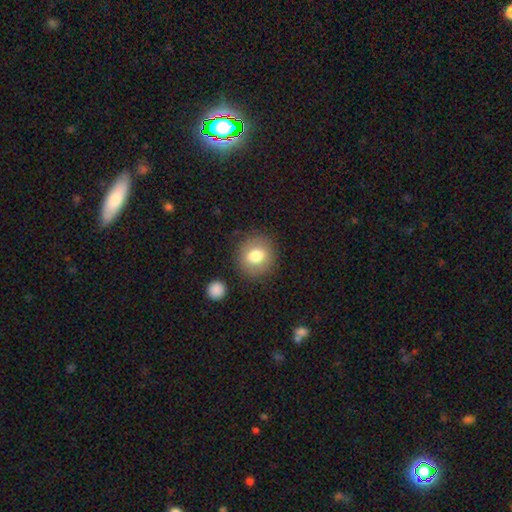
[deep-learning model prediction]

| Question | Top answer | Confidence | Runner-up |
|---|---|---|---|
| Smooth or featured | smooth | 77% | featured or disk (14%) |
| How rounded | round | 82% | in between (17%) |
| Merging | none | 85% | minor disturbance (9%) |